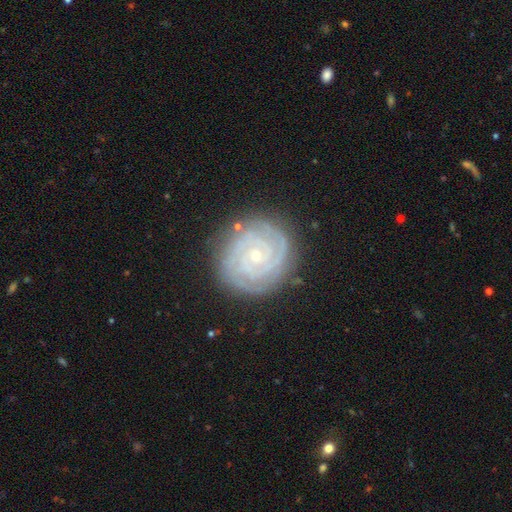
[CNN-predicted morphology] type=featured or disk (89%); edge-on=no (98%); bar=no (75%); spiral arms=yes (98%); winding=tight (88%); arm count=2 (43%); bulge=small (80%); merging=none (84%).